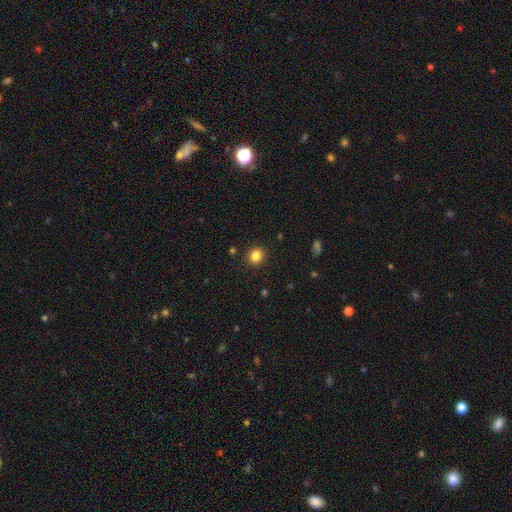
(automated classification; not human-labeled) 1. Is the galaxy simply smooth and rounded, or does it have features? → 84% smooth, 12% star or artifact, 5% featured or disk.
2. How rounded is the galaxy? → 87% round, 12% in between, 1% cigar-shaped.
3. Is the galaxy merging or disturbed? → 91% none, 6% minor disturbance, 2% major disturbance, 1% merger.